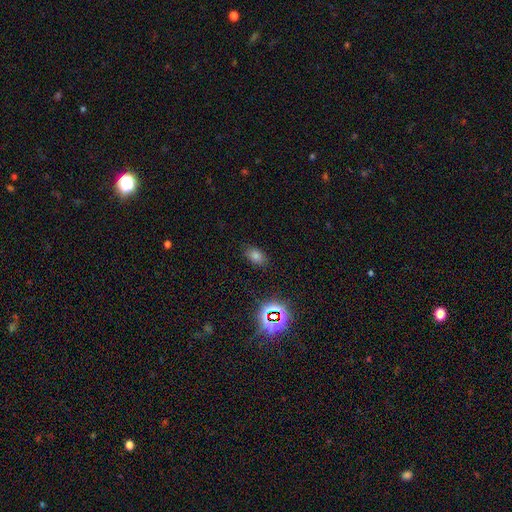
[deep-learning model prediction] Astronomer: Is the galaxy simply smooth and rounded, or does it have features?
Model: smooth — 70%.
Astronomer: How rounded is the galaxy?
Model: in between — 85%.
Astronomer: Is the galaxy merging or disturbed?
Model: none — 84%.